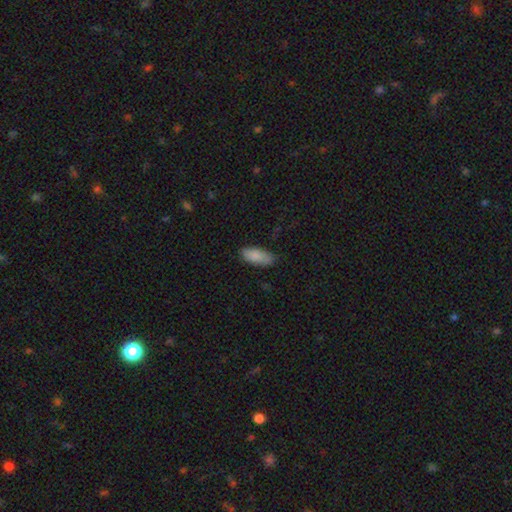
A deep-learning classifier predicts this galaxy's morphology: A smooth galaxy with no disk features (87%) that is in between round and cigar-shaped (84%). Merging: none (80%).